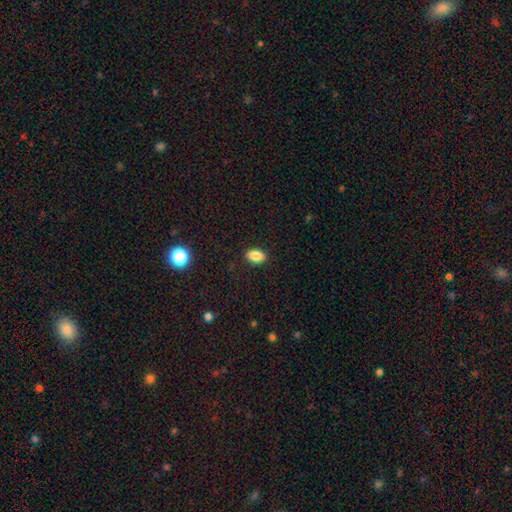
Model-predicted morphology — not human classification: The model was most divided on "smooth or featured": smooth: 85%, star or artifact: 9%, featured or disk: 5%. More confident: merging — none (89%); how rounded — in between (88%).